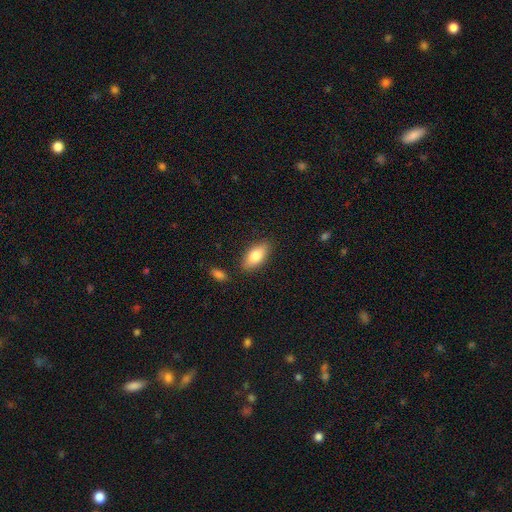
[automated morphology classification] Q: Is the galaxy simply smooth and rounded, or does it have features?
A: smooth — 77%.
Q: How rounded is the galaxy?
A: in between — 86%.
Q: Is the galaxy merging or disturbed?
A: none — 84%.